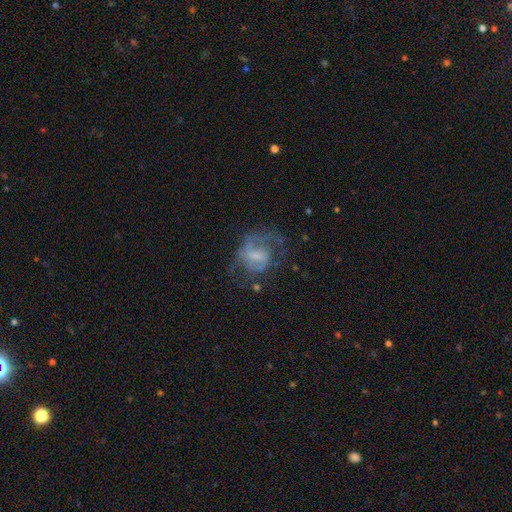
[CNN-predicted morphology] Q: Smooth or featured?
A: featured or disk (63%); runner-up: smooth (27%)
Q: Edge-on disk?
A: no (97%); runner-up: yes (3%)
Q: Bar?
A: weak (47%); runner-up: no (40%)
Q: Spiral arms?
A: yes (68%); runner-up: no (32%)
Q: Bulge size?
A: small (30%); tied with: none (30%); moderate (30%)
Q: Merging?
A: none (42%); runner-up: major disturbance (33%)